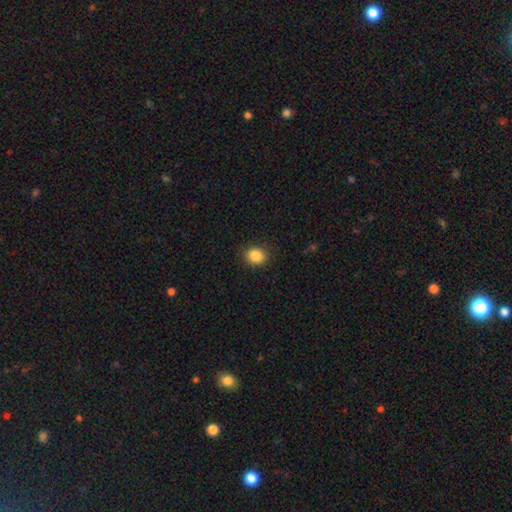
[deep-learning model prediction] Morphology: type=smooth (87%); roundness=round (70%); merging=none (88%).